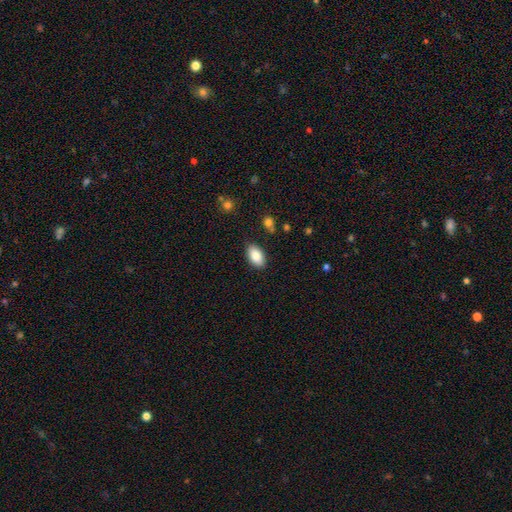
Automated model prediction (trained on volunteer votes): Smooth or featured? Predicted: smooth (p=0.86). How rounded? Predicted: in between (p=0.94). Merging? Predicted: none (p=0.88).